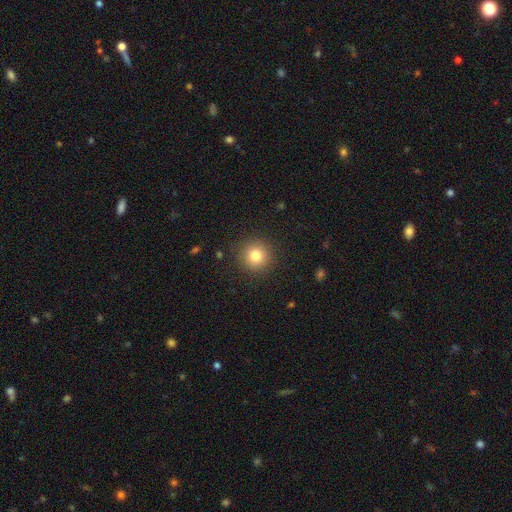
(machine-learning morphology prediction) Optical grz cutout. It shows a smooth galaxy with no disk features (81%) that is round (95%). Merging: none (90%).